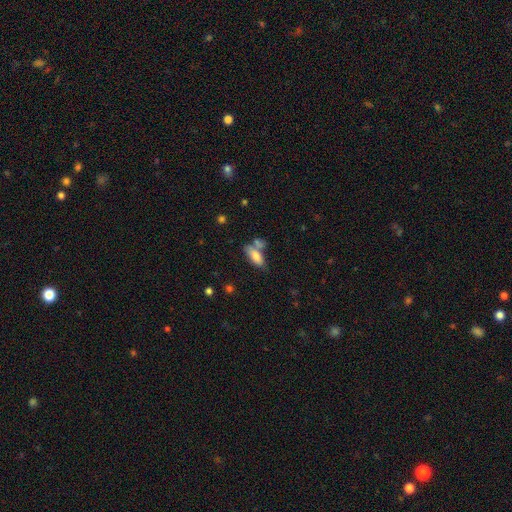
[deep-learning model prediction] smooth-or-featured: smooth: 78% | featured or disk: 15% | star or artifact: 8%
  how-rounded: in between: 78% | cigar-shaped: 19% | round: 3%
  merging: none: 47% | merger: 30% | minor disturbance: 16% | major disturbance: 6%